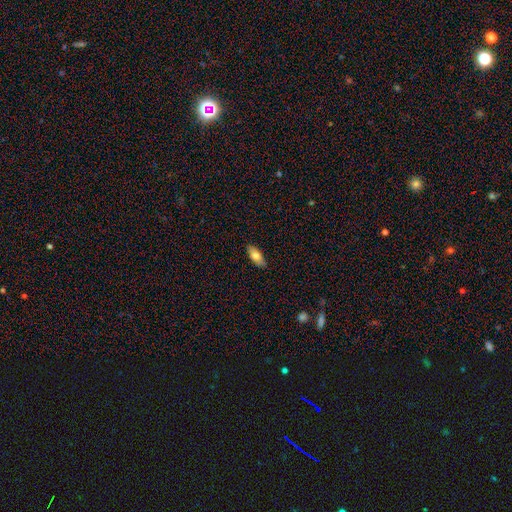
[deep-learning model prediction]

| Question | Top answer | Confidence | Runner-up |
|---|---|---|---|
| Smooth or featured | smooth | 74% | featured or disk (19%) |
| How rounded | in between | 79% | cigar-shaped (19%) |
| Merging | none | 86% | minor disturbance (11%) |